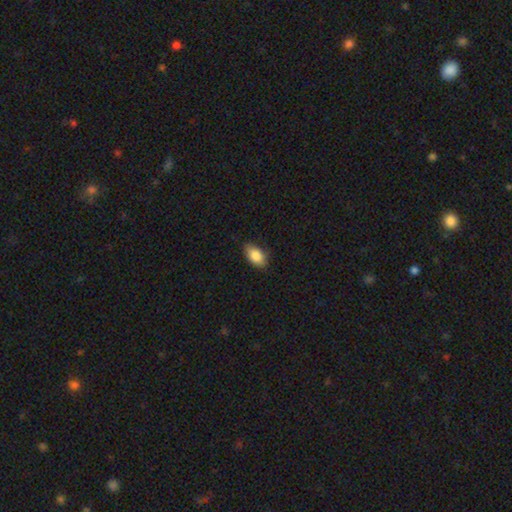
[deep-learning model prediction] Smooth or featured: smooth — 86% (featured or disk — 7%)
How rounded: in between — 91% (round — 6%)
Merging: none — 79% (minor disturbance — 17%)